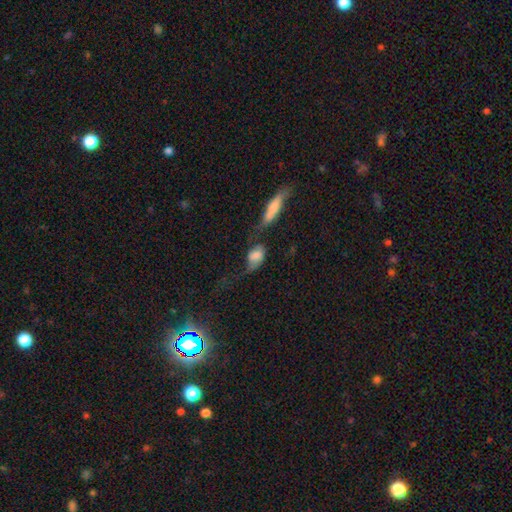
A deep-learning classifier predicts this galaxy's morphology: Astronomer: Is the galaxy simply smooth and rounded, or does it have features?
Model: smooth — 56% (runner-up: featured or disk, 35%).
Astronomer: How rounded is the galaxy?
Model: in between — 83%.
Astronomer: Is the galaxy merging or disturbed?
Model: merger — 43% (runner-up: major disturbance, 21%).